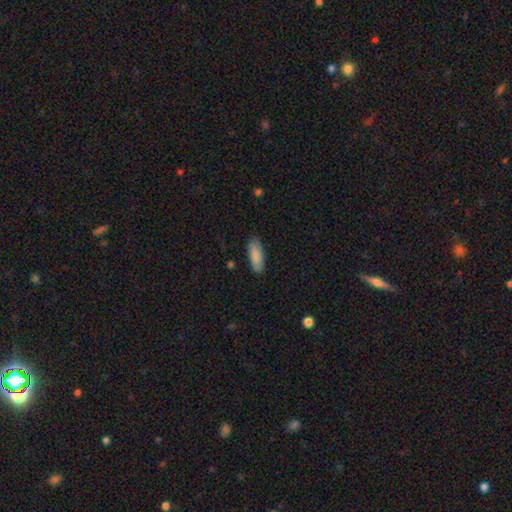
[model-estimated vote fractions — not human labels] This appears to be a smooth galaxy with no disk features (87%) that is in between round and cigar-shaped (69%). Merging: none (83%).